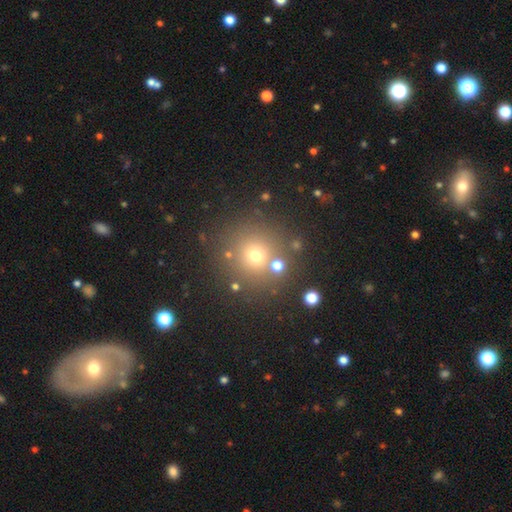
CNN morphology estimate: smooth-or-featured: smooth: 65% | star or artifact: 24% | featured or disk: 11%
  how-rounded: round: 93% | in between: 6% | cigar-shaped: 1%
  merging: none: 81% | merger: 8% | minor disturbance: 8% | major disturbance: 4%